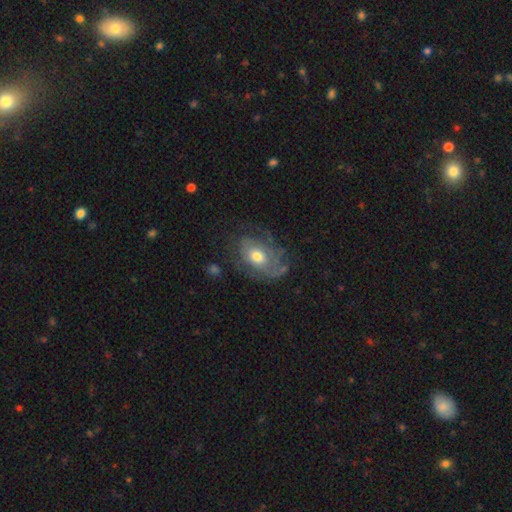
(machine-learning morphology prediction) Smooth or featured?
  - featured or disk: 65% *
  - smooth: 27%
  - star or artifact: 8%
Edge-on disk?
  - no: 95% *
  - yes: 5%
Bar?
  - no: 81% *
  - weak: 16%
  - strong: 3%
Spiral arms?
  - yes: 71% *
  - no: 29%
Bulge size?
  - moderate: 73% *
  - small: 14%
  - large: 11%
  - none: 1%
  - dominant: 1%
Merging?
  - none: 59% *
  - minor disturbance: 24%
  - major disturbance: 15%
  - merger: 2%